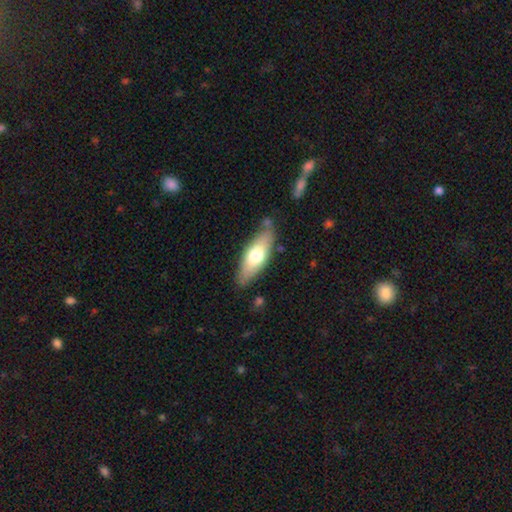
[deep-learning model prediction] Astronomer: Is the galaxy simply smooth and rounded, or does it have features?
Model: smooth — 63%.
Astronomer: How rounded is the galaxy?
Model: in between — 60% (runner-up: cigar-shaped, 38%).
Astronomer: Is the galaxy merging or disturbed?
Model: none — 78%.